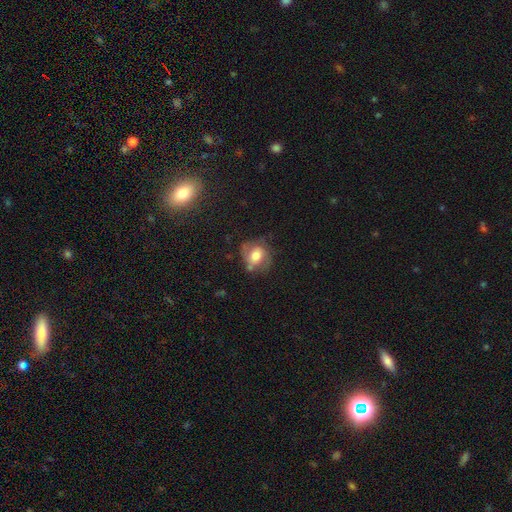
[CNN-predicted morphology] type=featured or disk (46%); merging=none (53%).